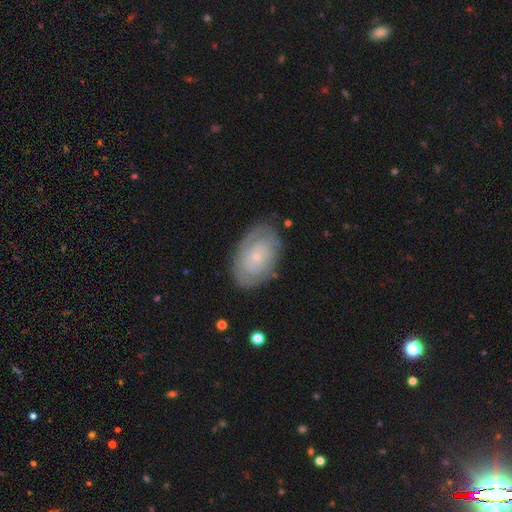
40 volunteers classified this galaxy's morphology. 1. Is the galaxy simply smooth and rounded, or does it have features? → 65% featured or disk, 35% smooth, 0% star or artifact.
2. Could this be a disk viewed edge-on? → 92% no, 8% yes.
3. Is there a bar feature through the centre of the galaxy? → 92% no, 8% weak, 0% strong.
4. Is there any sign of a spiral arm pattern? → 58% no, 42% yes.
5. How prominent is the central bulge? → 88% small, 8% moderate, 4% large, 0% dominant, 0% none.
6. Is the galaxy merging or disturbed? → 70% none, 18% minor disturbance, 8% major disturbance, 5% merger.